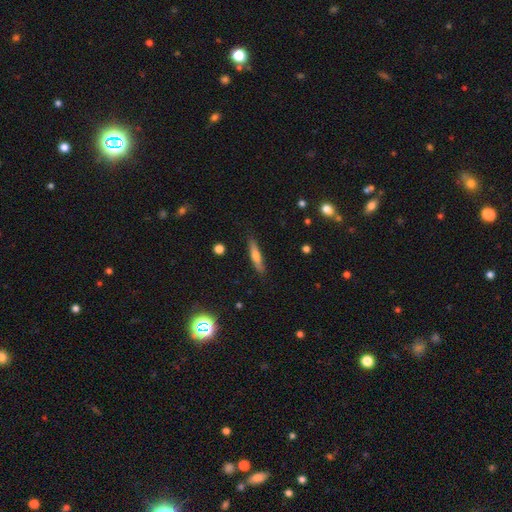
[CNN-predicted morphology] smooth-or-featured: smooth: 61% | featured or disk: 31% | star or artifact: 8%
  how-rounded: cigar-shaped: 84% | in between: 14% | round: 2%
  merging: none: 86% | minor disturbance: 11% | major disturbance: 2% | merger: 1%